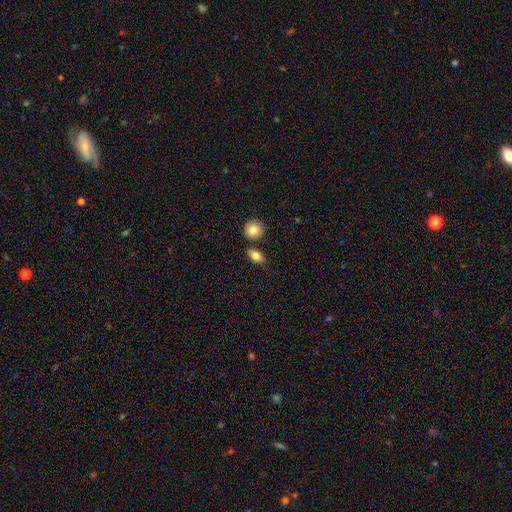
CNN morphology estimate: type=smooth (81%); roundness=in between (77%); merging=none (73%).